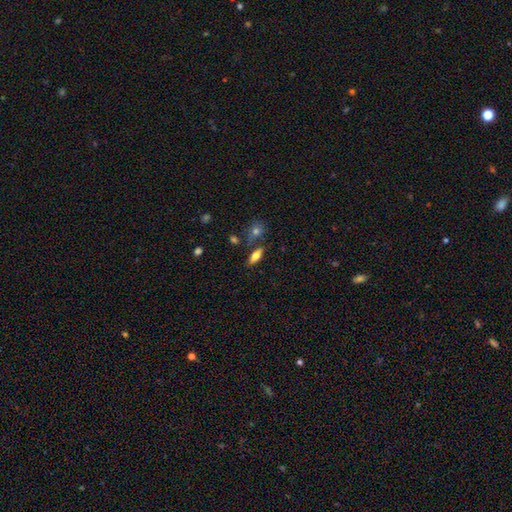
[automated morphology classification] This is likely a smooth galaxy (67%). How rounded: likely in between (69%). Merging: likely none (75%).